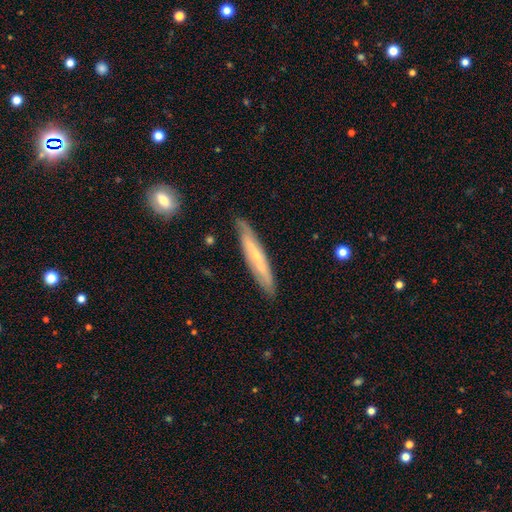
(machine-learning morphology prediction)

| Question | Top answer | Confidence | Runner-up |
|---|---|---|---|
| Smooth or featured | featured or disk | 55% | smooth (39%) |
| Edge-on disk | yes | 71% | no (29%) |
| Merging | none | 83% | minor disturbance (13%) |